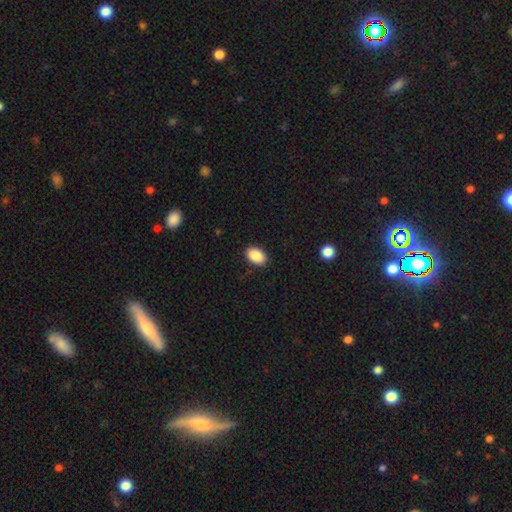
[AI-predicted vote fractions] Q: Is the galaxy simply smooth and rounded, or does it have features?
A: smooth — 89%.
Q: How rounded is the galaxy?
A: in between — 88%.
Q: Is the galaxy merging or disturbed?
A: none — 89%.